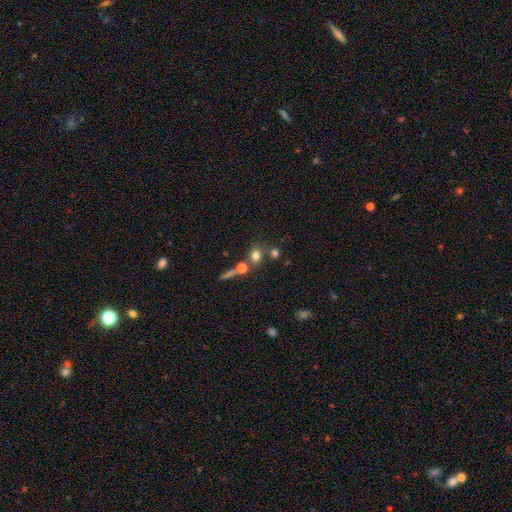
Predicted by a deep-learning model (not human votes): A smooth galaxy with no disk features (74%) that is round (82%).

Vote fractions:
- Smooth or featured? smooth: 74% / star or artifact: 15% / featured or disk: 11%
- How rounded? round: 82% / in between: 16% / cigar-shaped: 2%
- Merging? none: 63% / merger: 24% / minor disturbance: 9% / major disturbance: 4%